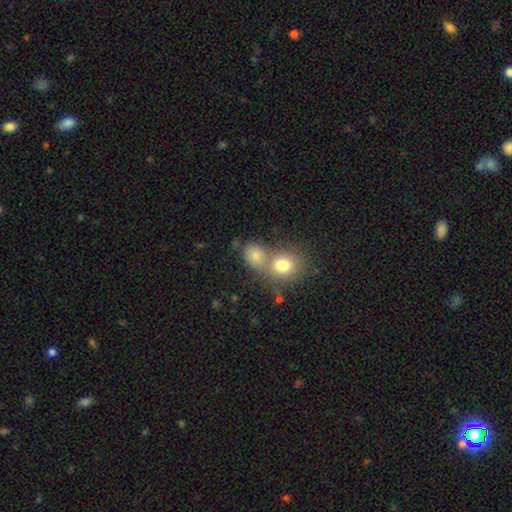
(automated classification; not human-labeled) Smooth or featured: smooth — 78% (star or artifact — 12%)
How rounded: round — 58% (in between — 41%)
Merging: merger — 50% (none — 38%)